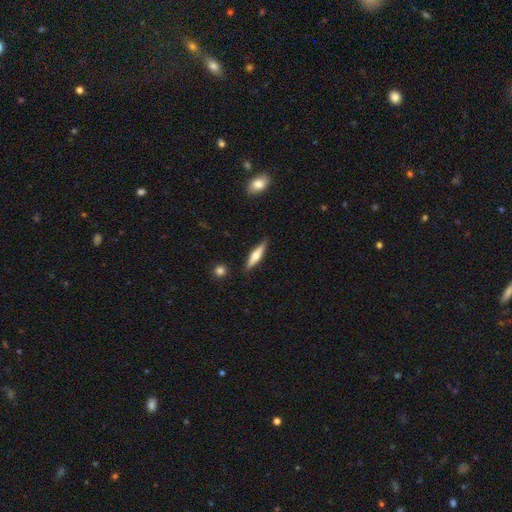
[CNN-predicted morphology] smooth-or-featured: smooth: 48% | featured or disk: 46% | star or artifact: 6%
  merging: none: 88% | minor disturbance: 9% | major disturbance: 2% | merger: 2%